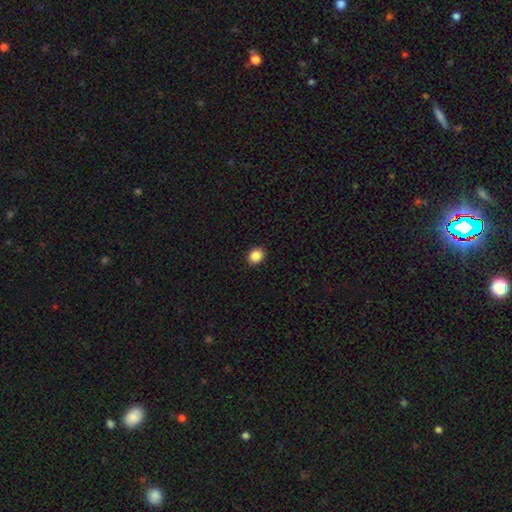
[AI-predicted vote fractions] Morphology: type=smooth (87%); roundness=round (54%); merging=none (91%).